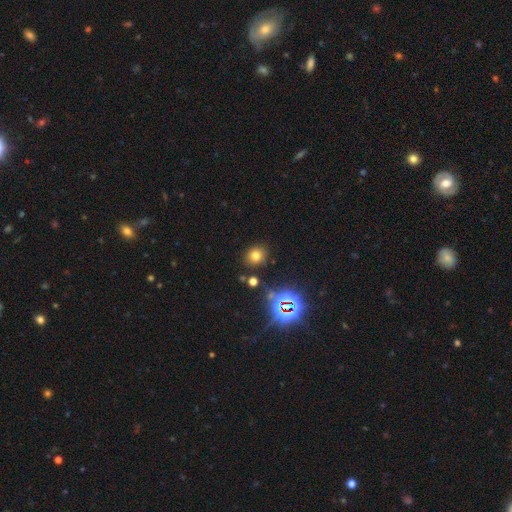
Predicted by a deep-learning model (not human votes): This is likely a smooth galaxy (68%). How rounded: likely round (78%). Merging: clearly none (85%).